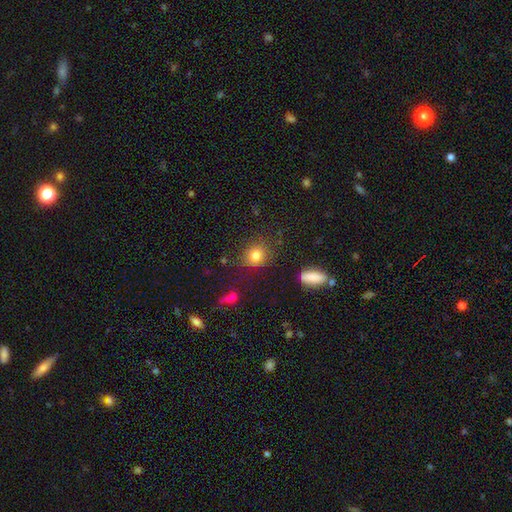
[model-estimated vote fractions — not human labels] This appears to be a smooth galaxy with no disk features (81%) that is round (79%). Merging: none (81%).